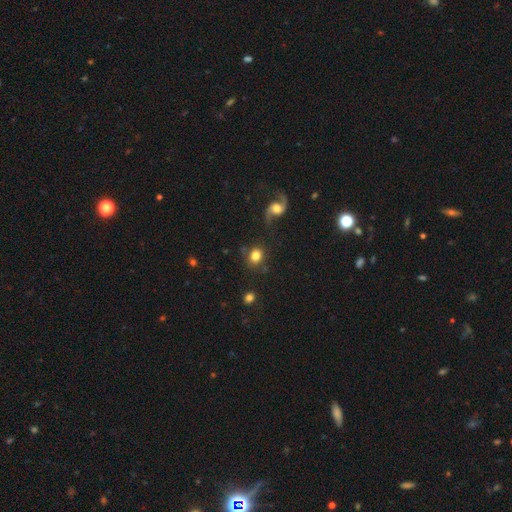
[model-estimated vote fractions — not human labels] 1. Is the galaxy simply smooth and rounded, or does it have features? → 78% smooth, 12% featured or disk, 10% star or artifact.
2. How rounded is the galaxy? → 71% round, 28% in between, 1% cigar-shaped.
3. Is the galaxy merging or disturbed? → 77% none, 12% minor disturbance, 5% merger, 5% major disturbance.